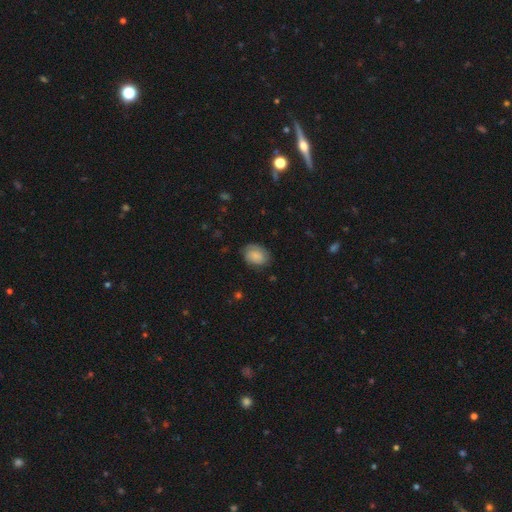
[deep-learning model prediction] Smooth or featured?
  - smooth: 73% *
  - featured or disk: 19%
  - star or artifact: 8%
How rounded?
  - in between: 66% *
  - round: 33%
  - cigar-shaped: 1%
Merging?
  - none: 73% *
  - minor disturbance: 20%
  - major disturbance: 6%
  - merger: 1%